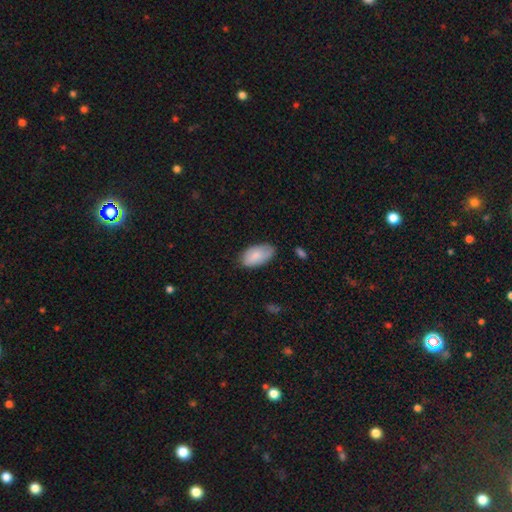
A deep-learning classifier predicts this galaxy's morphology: Overall: smooth (82%). How rounded: in between (95%). Merging: none (71%).